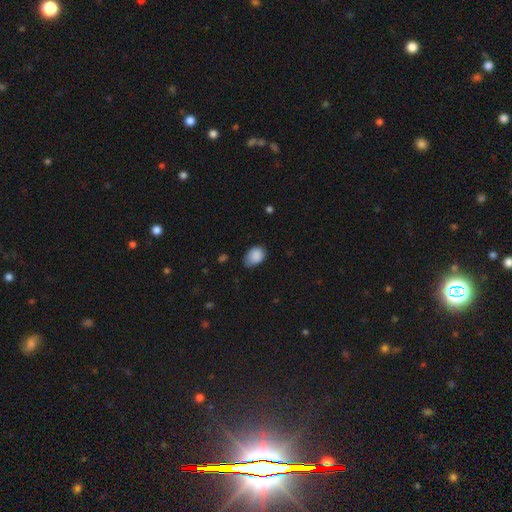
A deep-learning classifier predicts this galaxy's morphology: Smooth or featured: smooth — 88% (star or artifact — 8%)
How rounded: in between — 79% (round — 20%)
Merging: none — 60% (minor disturbance — 33%)